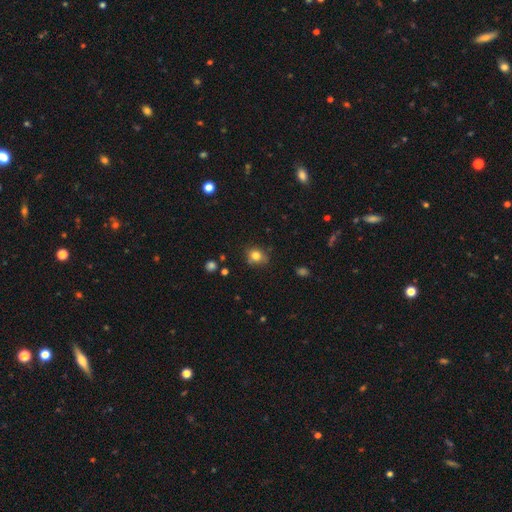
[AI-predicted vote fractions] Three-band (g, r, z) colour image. It shows a smooth galaxy with no disk features (79%) that is round (67%). Merging: none (68%).